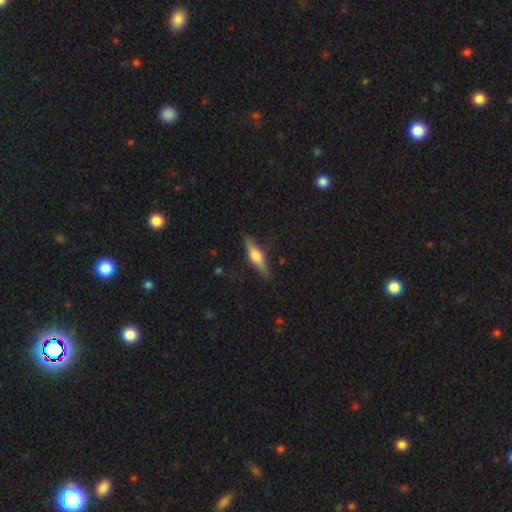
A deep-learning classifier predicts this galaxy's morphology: smooth_or_featured: featured or disk (p=0.65) [alt: smooth p=0.28]
disk_edge_on: yes (p=0.96) [alt: no p=0.04]
edge_on_bulge: rounded (p=0.86) [alt: boxy p=0.11]
merging: none (p=0.85) [alt: minor disturbance p=0.11]